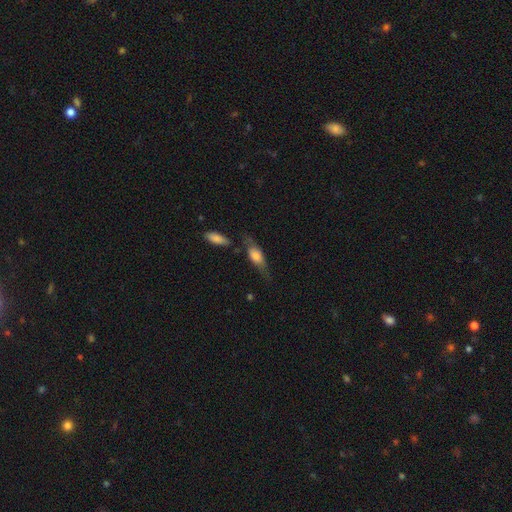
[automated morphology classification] smooth-or-featured: smooth: 54% | featured or disk: 39% | star or artifact: 7%
  how-rounded: in between: 57% | cigar-shaped: 39% | round: 4%
  merging: none: 60% | minor disturbance: 22% | merger: 10% | major disturbance: 9%